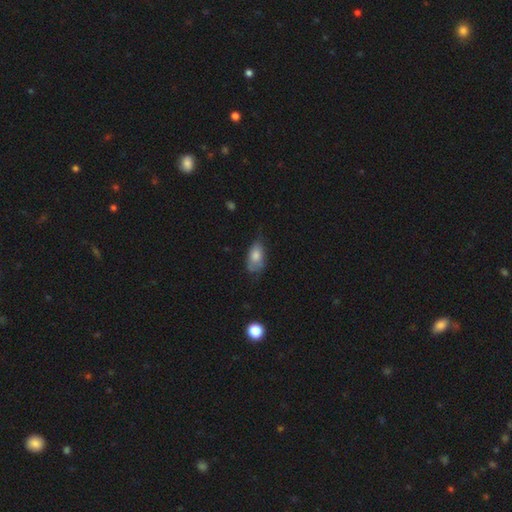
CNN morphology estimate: This is likely a smooth galaxy (75%). How rounded: clearly in between (89%). Merging: possibly none (47%).